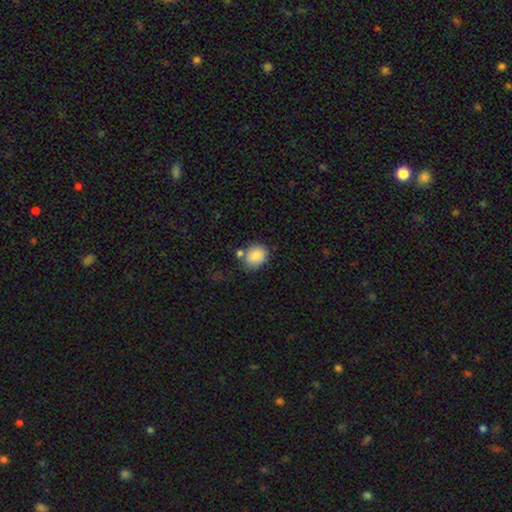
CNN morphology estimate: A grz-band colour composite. It shows a smooth galaxy with no disk features (85%) that is round (62%). Merging: none (64%).